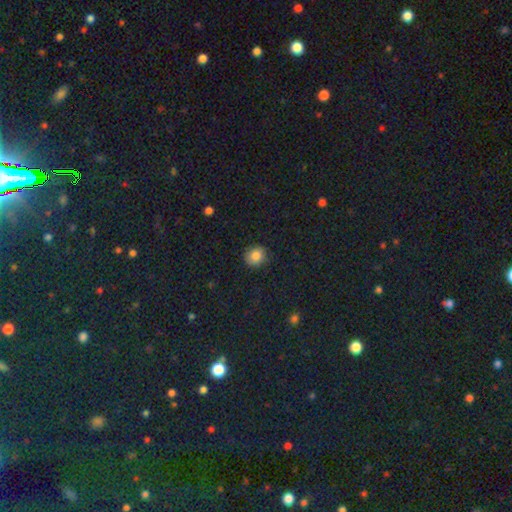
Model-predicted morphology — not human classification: Overall: smooth (83%). How rounded: round (81%). Merging: none (86%).